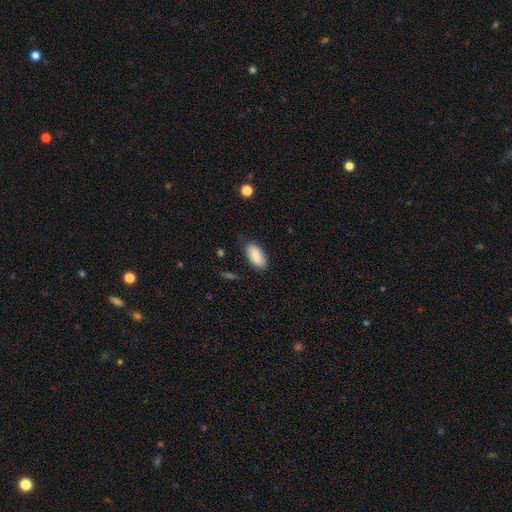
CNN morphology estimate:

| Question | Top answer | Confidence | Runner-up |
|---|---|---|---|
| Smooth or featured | smooth | 87% | featured or disk (7%) |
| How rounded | in between | 92% | cigar-shaped (6%) |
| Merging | none | 82% | minor disturbance (14%) |